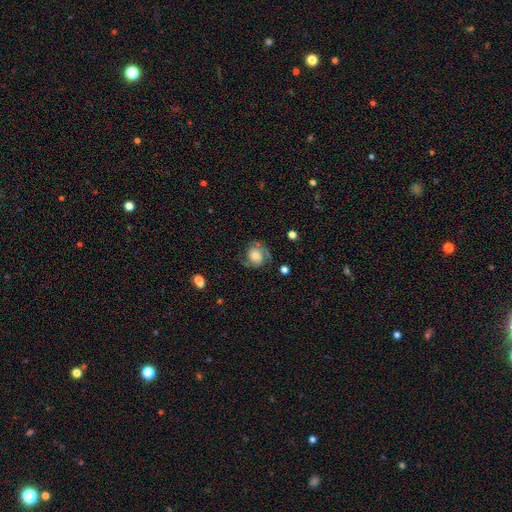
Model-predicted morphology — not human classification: smooth-or-featured: featured or disk: 65% | smooth: 26% | star or artifact: 9%
  disk-edge-on: no: 97% | yes: 3%
    bar: no: 73% | weak: 22% | strong: 5%
    has-spiral-arms: yes: 91% | no: 9%
      spiral-winding: medium: 45% | tight: 33% | loose: 22%
      spiral-arm-count: 2: 82% | can't tell: 7% | 1: 5% | 3: 3% | 4: 1% | more than 4: 1%
    bulge-size: moderate: 32% | small: 28% | large: 24% | none: 9% | dominant: 6%
  merging: none: 66% | minor disturbance: 20% | major disturbance: 12% | merger: 2%